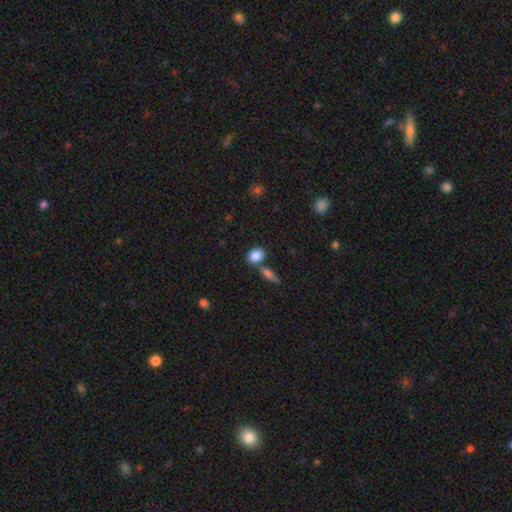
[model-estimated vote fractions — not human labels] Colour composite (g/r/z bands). It shows a smooth galaxy with no disk features (85%) that is in between round and cigar-shaped (61%). Merging: none (61%).